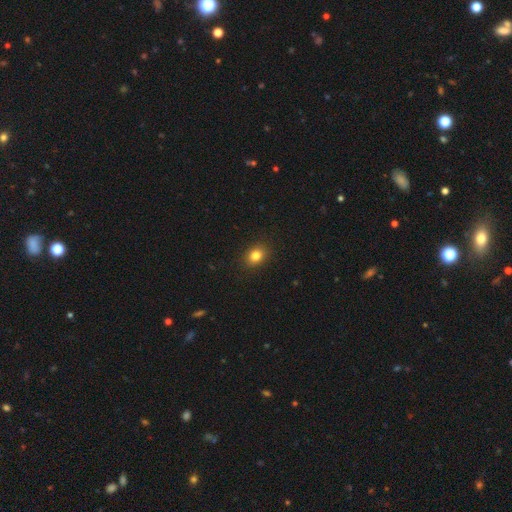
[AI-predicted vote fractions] Q: Smooth or featured?
A: smooth (83%); runner-up: star or artifact (11%)
Q: How rounded?
A: in between (54%); runner-up: round (45%)
Q: Merging?
A: none (90%); runner-up: minor disturbance (7%)